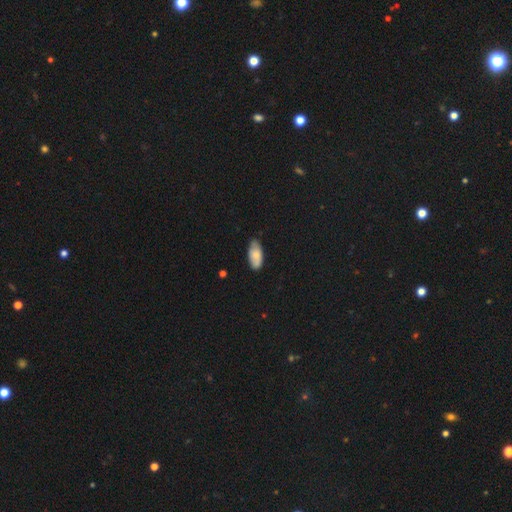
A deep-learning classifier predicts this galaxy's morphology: Smooth or featured? smooth (75%)
How rounded? in between (90%)
Merging? none (75%)